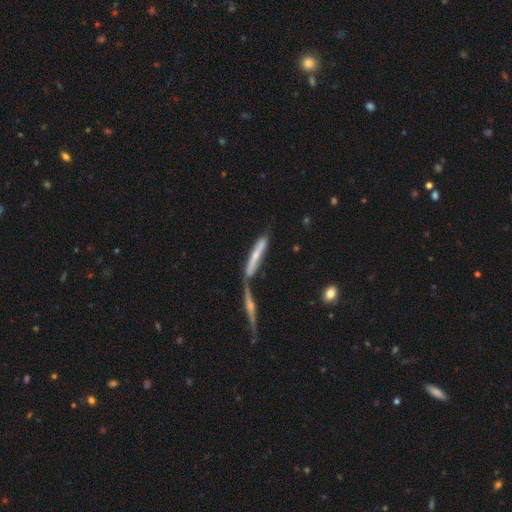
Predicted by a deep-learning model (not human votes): Overall: featured or disk (56%; smooth 36%). Edge-on disk: yes (84%). Merging: merger (41%; none 40%).